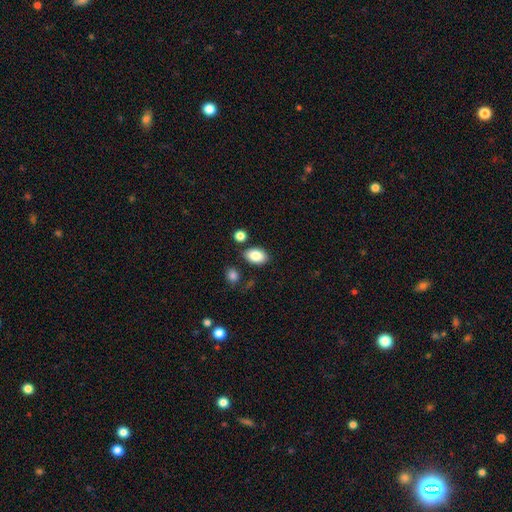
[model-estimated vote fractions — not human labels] Q: Smooth or featured?
A: smooth (86%); runner-up: star or artifact (8%)
Q: How rounded?
A: in between (88%); runner-up: round (10%)
Q: Merging?
A: none (81%); runner-up: minor disturbance (11%)